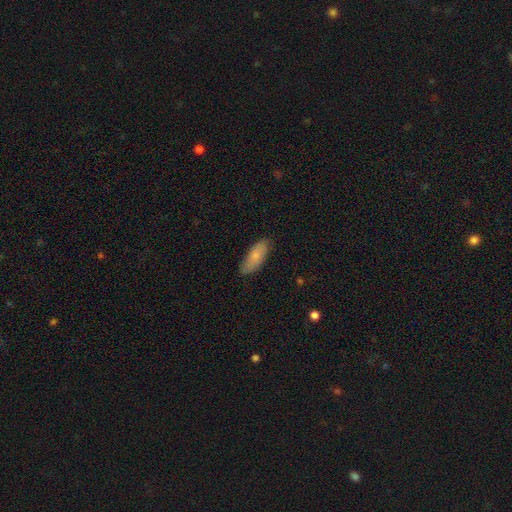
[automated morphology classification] Q: Smooth or featured?
A: smooth (77%); runner-up: featured or disk (18%)
Q: How rounded?
A: in between (74%); runner-up: cigar-shaped (24%)
Q: Merging?
A: none (80%); runner-up: minor disturbance (16%)